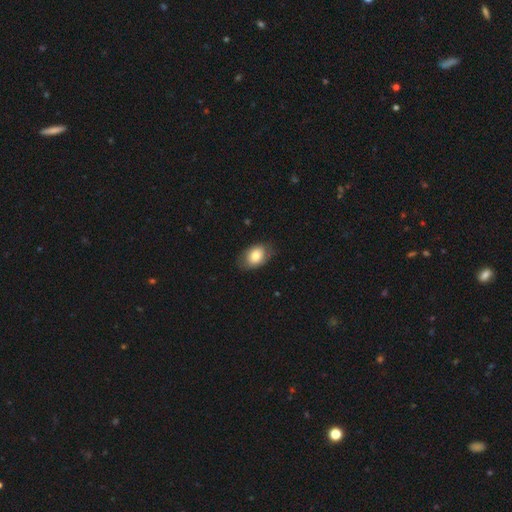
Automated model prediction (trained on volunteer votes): Overall: smooth (79%). How rounded: in between (81%). Merging: none (77%).